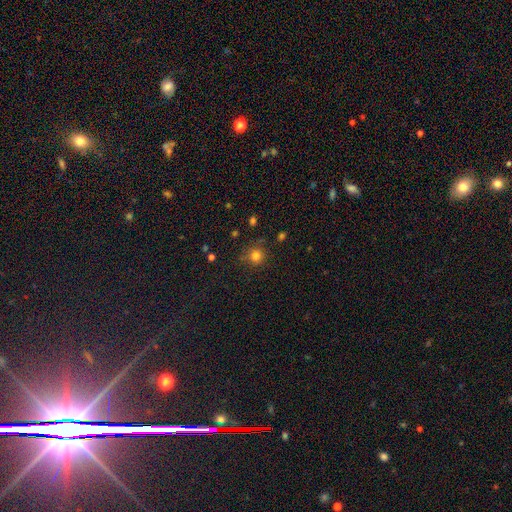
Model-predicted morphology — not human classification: type=smooth (79%); roundness=round (92%); merging=none (81%).